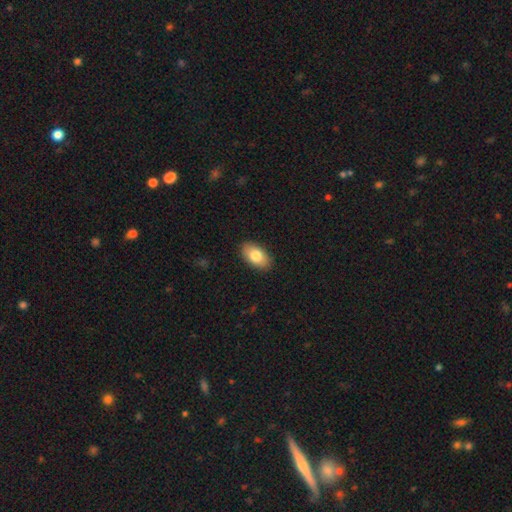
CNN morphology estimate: Smooth or featured?
  - smooth: 80% *
  - featured or disk: 13%
  - star or artifact: 7%
How rounded?
  - in between: 94% *
  - round: 5%
  - cigar-shaped: 2%
Merging?
  - none: 89% *
  - minor disturbance: 8%
  - major disturbance: 2%
  - merger: 1%